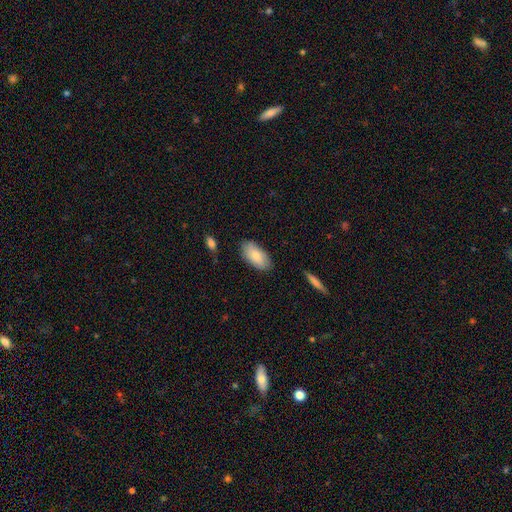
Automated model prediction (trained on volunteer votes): Smooth or featured?
  - smooth: 81% *
  - featured or disk: 13%
  - star or artifact: 6%
How rounded?
  - in between: 93% *
  - cigar-shaped: 4%
  - round: 2%
Merging?
  - none: 83% *
  - minor disturbance: 13%
  - major disturbance: 2%
  - merger: 1%